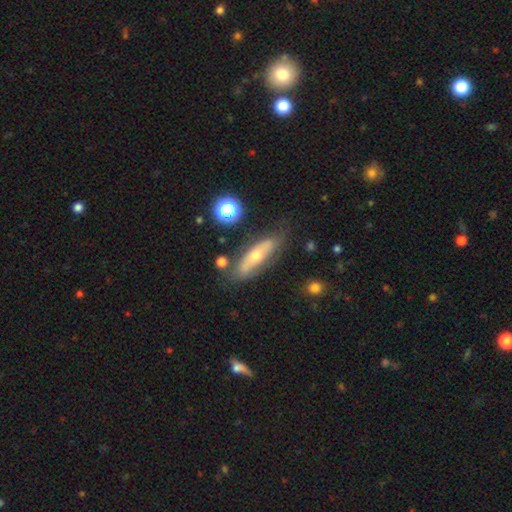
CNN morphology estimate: A featured or disk galaxy (51%) viewed edge-on (50%, tied with no).

Vote fractions:
- Smooth or featured? featured or disk: 51% / smooth: 41% / star or artifact: 8%
- Edge-on disk? yes: 50% (tied) / no: 50% (tied)
- Merging? none: 68% / minor disturbance: 21% / major disturbance: 7% / merger: 5%